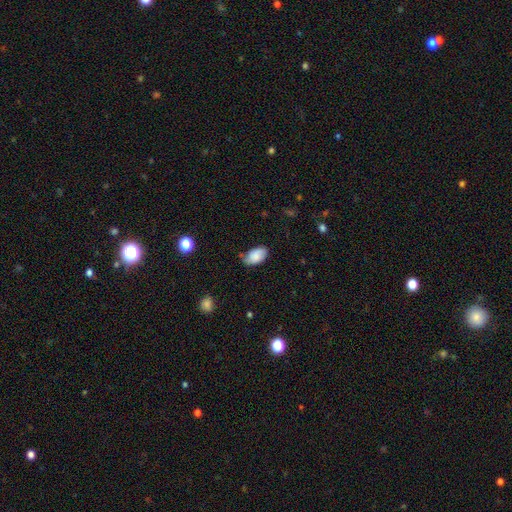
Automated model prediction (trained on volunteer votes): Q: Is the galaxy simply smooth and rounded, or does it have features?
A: smooth — 79%.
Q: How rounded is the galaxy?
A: in between — 93%.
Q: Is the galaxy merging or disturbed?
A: none — 55%.